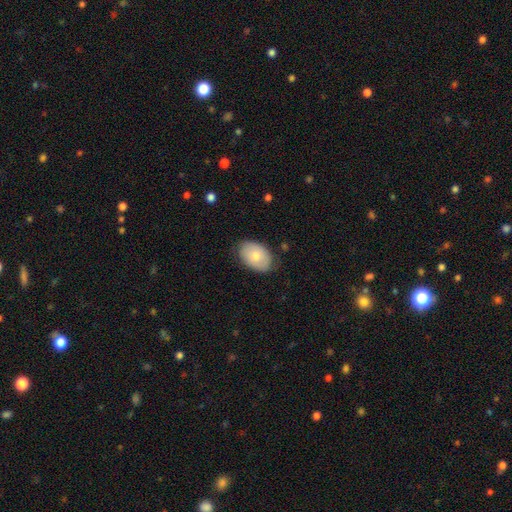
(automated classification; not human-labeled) smooth_or_featured: smooth (p=0.75) [alt: featured or disk p=0.19]
how_rounded: in between (p=0.86) [alt: round p=0.13]
merging: none (p=0.79) [alt: minor disturbance p=0.16]